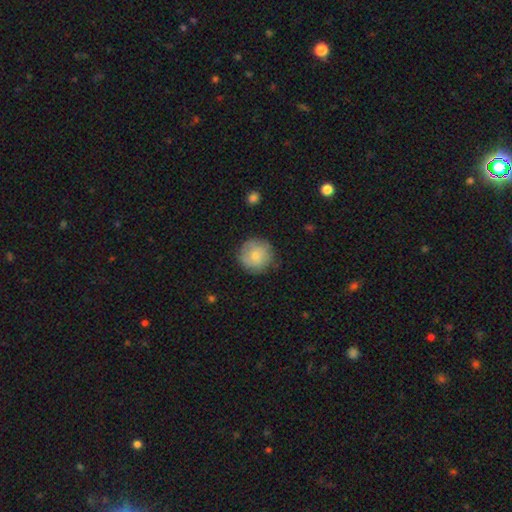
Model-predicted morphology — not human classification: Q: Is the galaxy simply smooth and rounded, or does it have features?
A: smooth — 65%.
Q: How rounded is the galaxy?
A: round — 94%.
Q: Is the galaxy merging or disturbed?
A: none — 81%.